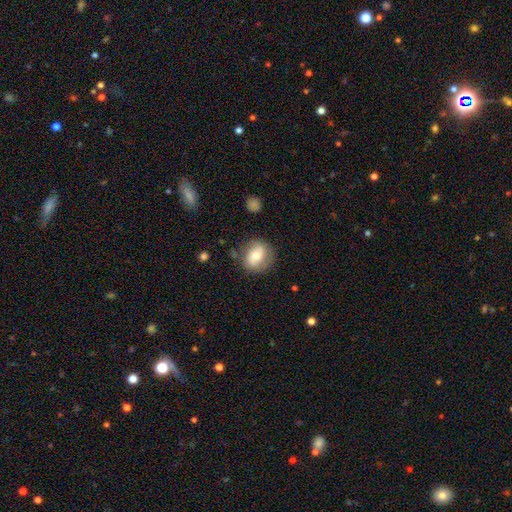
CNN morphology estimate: smooth-or-featured: smooth: 63% | featured or disk: 29% | star or artifact: 8%
  how-rounded: round: 64% | in between: 35% | cigar-shaped: 1%
  merging: none: 76% | minor disturbance: 16% | major disturbance: 6% | merger: 2%